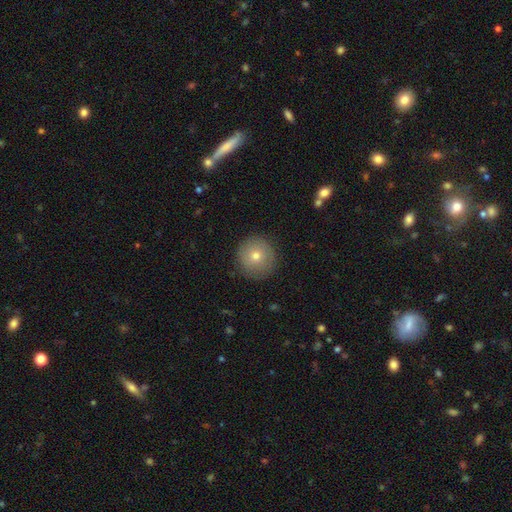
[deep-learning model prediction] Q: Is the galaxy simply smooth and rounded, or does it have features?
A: smooth — 72%.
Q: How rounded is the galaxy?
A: round — 96%.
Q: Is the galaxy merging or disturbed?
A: none — 88%.